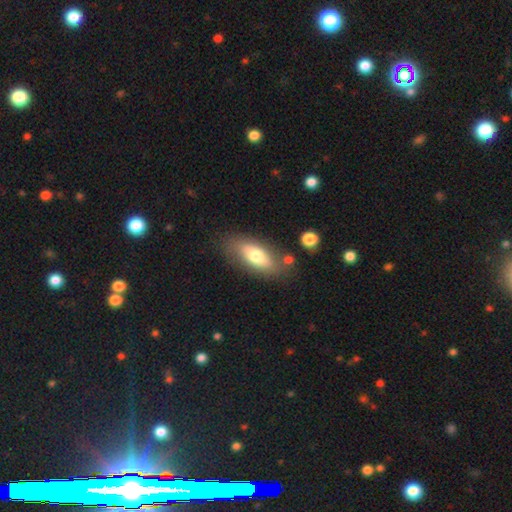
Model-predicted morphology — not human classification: This appears to be a smooth galaxy with no disk features (68%) that is in between round and cigar-shaped (80%). Merging: none (73%).